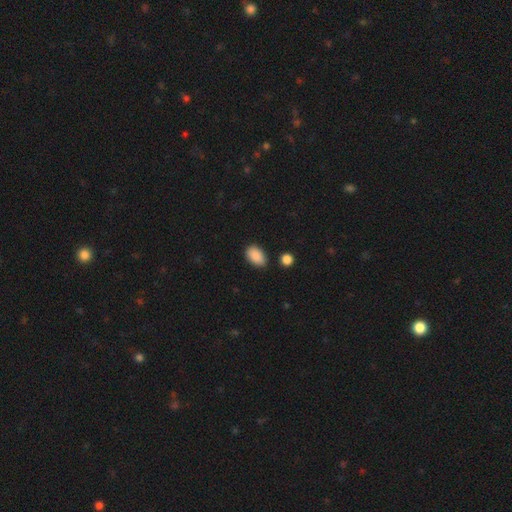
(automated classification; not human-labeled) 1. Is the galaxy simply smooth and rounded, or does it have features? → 90% smooth, 7% star or artifact, 3% featured or disk.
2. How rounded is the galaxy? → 91% in between, 8% round, 1% cigar-shaped.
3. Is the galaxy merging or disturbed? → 83% none, 12% minor disturbance, 3% merger, 3% major disturbance.